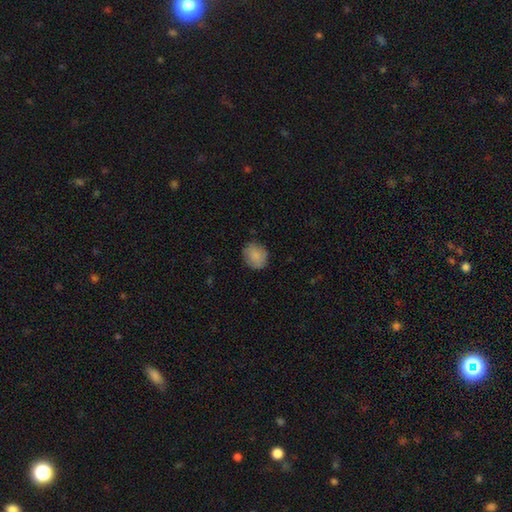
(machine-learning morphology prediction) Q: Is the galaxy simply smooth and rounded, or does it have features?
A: smooth — 85%.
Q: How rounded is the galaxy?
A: round — 65%.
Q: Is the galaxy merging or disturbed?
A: none — 82%.